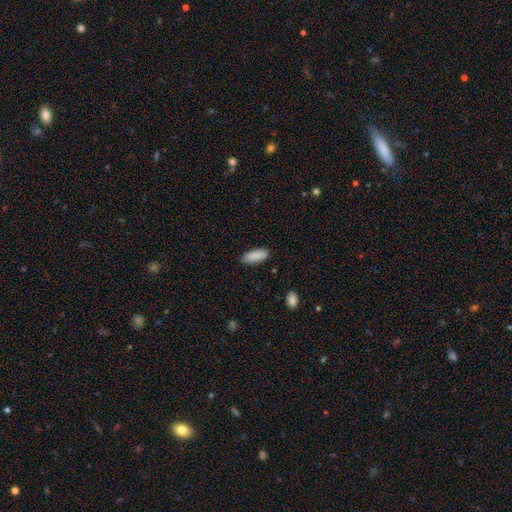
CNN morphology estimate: smooth_or_featured: smooth (p=0.88) [alt: star or artifact p=0.06]
how_rounded: in between (p=0.71) [alt: cigar-shaped p=0.28]
merging: none (p=0.87) [alt: minor disturbance p=0.10]